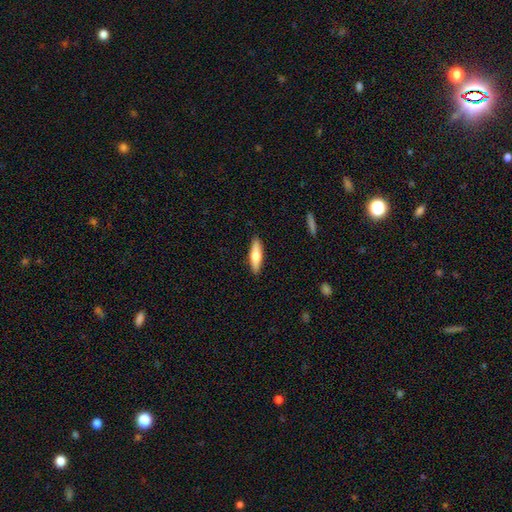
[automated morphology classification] smooth-or-featured: smooth: 60% | featured or disk: 35% | star or artifact: 6%
  how-rounded: cigar-shaped: 65% | in between: 33% | round: 2%
  merging: none: 90% | minor disturbance: 7% | major disturbance: 2% | merger: 1%